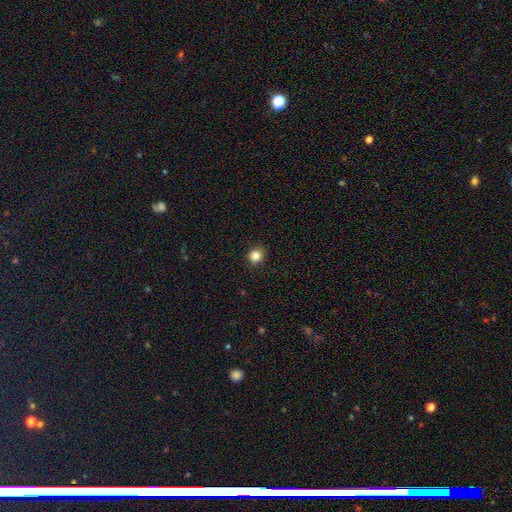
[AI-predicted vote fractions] This is clearly a smooth galaxy (84%). How rounded: clearly round (86%). Merging: clearly none (90%).